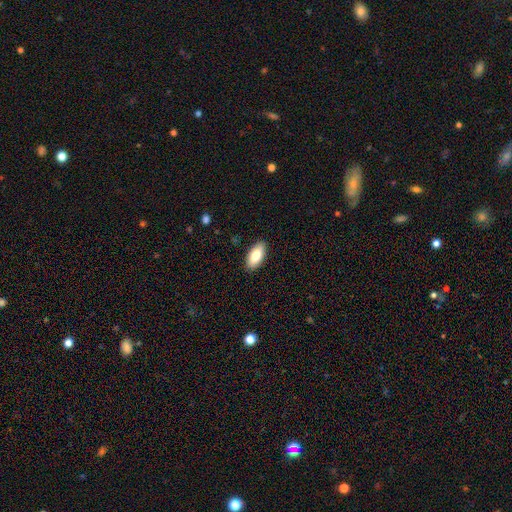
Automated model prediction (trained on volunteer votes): smooth 80%, featured or disk 14%, star or artifact 6%. Down the decision tree: how rounded — in between (91%); merging — none (89%).